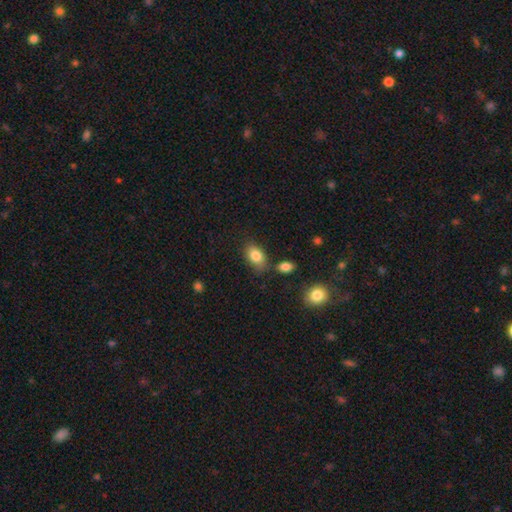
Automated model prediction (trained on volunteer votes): smooth-or-featured: smooth: 84% | star or artifact: 8% | featured or disk: 8%
  how-rounded: in between: 86% | round: 12% | cigar-shaped: 2%
  merging: none: 68% | minor disturbance: 18% | merger: 9% | major disturbance: 4%